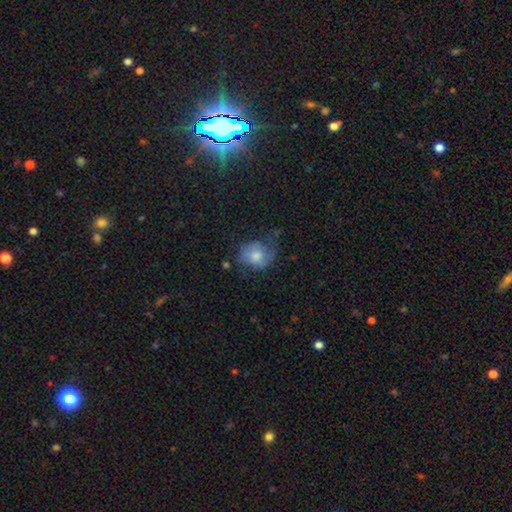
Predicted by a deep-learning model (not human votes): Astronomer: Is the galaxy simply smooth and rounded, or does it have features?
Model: smooth — 57% (runner-up: featured or disk, 35%).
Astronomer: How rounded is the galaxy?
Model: round — 60% (runner-up: in between, 39%).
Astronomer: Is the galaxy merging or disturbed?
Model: none — 39% (runner-up: minor disturbance, 32%).